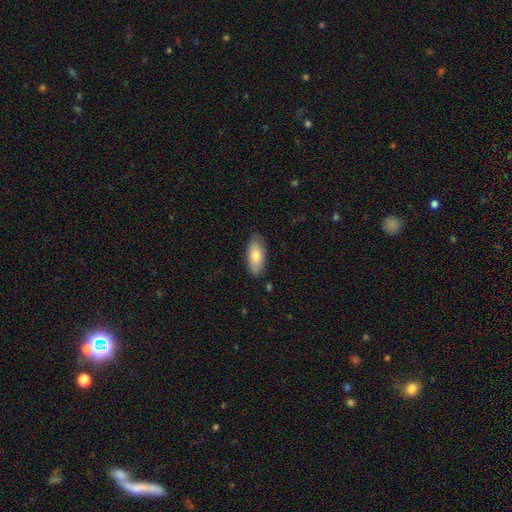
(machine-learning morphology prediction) type=smooth (77%); roundness=in between (86%); merging=none (84%).